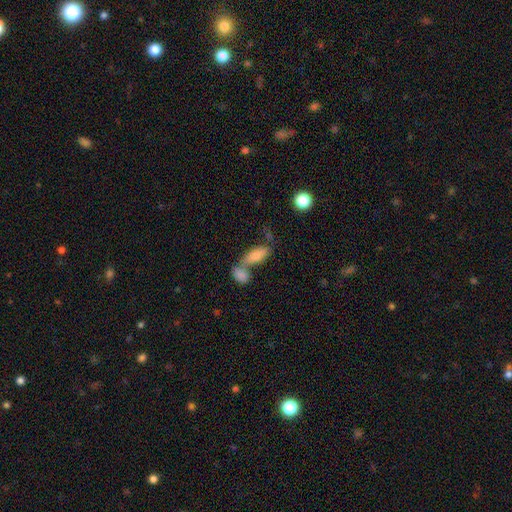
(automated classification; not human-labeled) Smooth or featured? Predicted: smooth (p=0.67). How rounded? Predicted: in between (p=0.74). Merging? Predicted: merger (p=0.49).